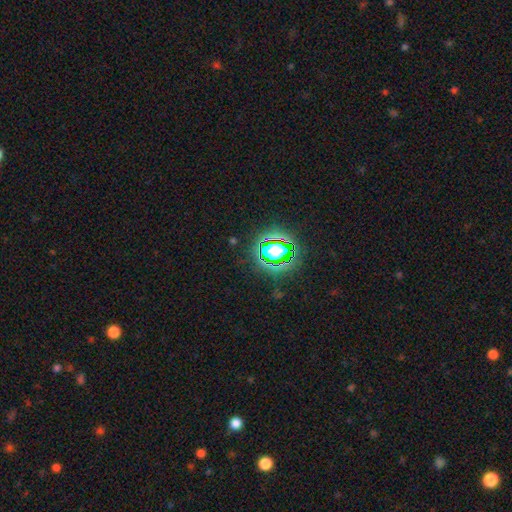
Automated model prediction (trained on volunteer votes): A star or artifact, not a galaxy (80%).

Vote fractions:
- Smooth or featured? star or artifact: 80% / smooth: 13% / featured or disk: 7%